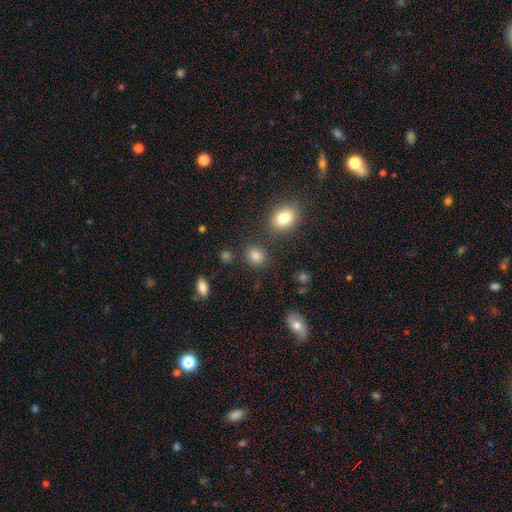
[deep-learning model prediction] A smooth galaxy with no disk features (83%) that is round (54%).

Vote fractions:
- Smooth or featured? smooth: 83% / star or artifact: 12% / featured or disk: 5%
- How rounded? round: 54% / in between: 44% / cigar-shaped: 1%
- Merging? none: 82% / minor disturbance: 10% / merger: 5% / major disturbance: 3%